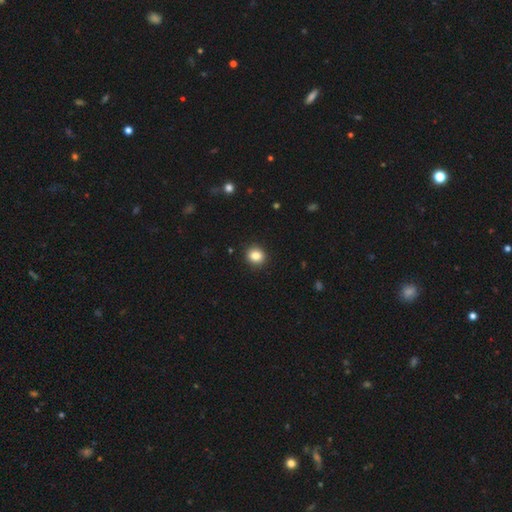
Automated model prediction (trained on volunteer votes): smooth 85%, star or artifact 10%, featured or disk 5%. Down the decision tree: how rounded — round (79%); merging — none (92%).